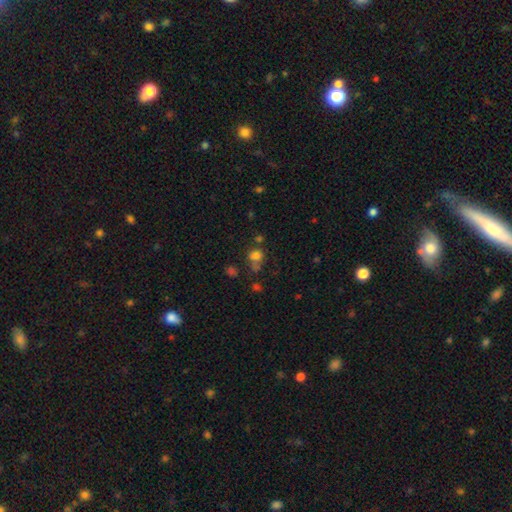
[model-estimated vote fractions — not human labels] Smooth or featured: smooth — 69% (star or artifact — 20%)
How rounded: round — 65% (in between — 34%)
Merging: none — 44% (merger — 29%)